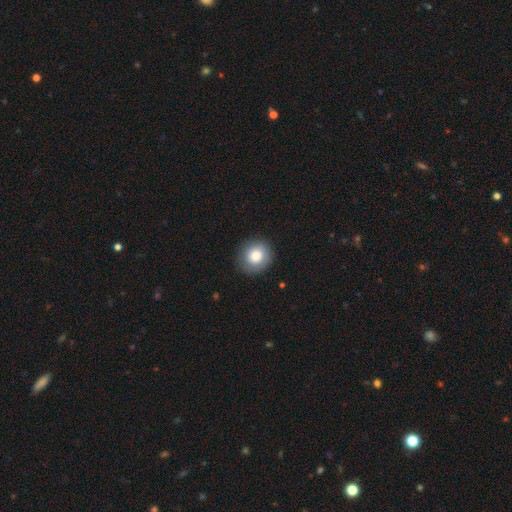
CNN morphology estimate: This is clearly a smooth galaxy (83%). How rounded: clearly round (85%). Merging: clearly none (87%).